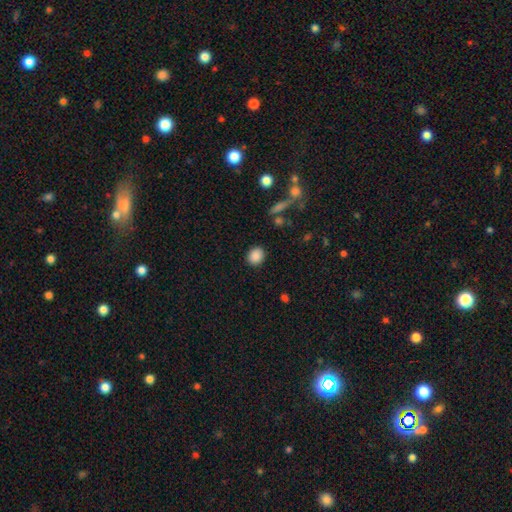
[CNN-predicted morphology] smooth-or-featured: smooth: 87% | star or artifact: 9% | featured or disk: 4%
  how-rounded: round: 72% | in between: 27% | cigar-shaped: 1%
  merging: none: 88% | minor disturbance: 8% | major disturbance: 3% | merger: 2%